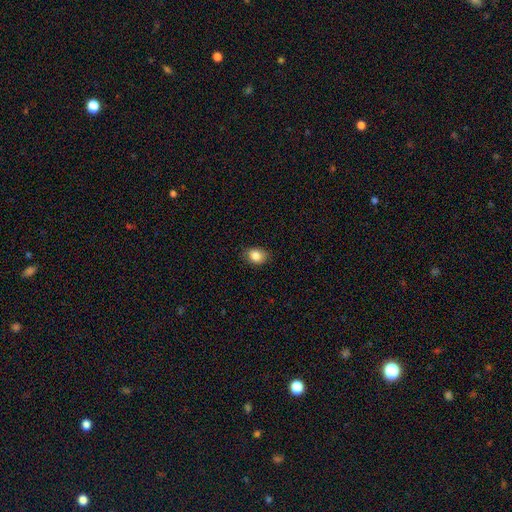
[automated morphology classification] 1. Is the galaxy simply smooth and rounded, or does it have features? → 86% smooth, 9% star or artifact, 5% featured or disk.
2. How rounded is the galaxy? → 63% in between, 36% round, 1% cigar-shaped.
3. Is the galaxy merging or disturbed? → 85% none, 12% minor disturbance, 2% major disturbance, 1% merger.